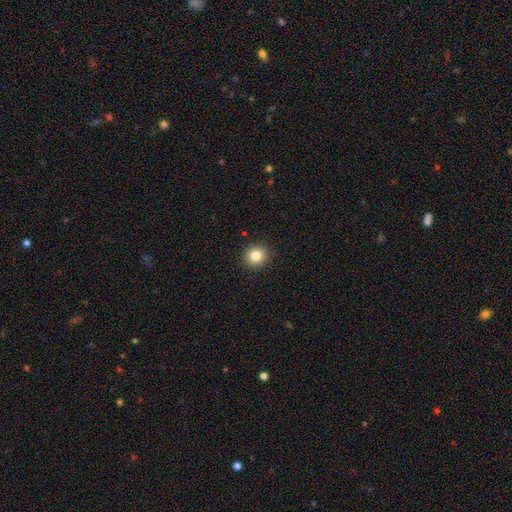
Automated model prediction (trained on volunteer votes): A smooth galaxy with no disk features (84%) that is round (91%).

Vote fractions:
- Smooth or featured? smooth: 84% / star or artifact: 11% / featured or disk: 6%
- How rounded? round: 91% / in between: 8% / cigar-shaped: 1%
- Merging? none: 92% / minor disturbance: 5% / major disturbance: 2% / merger: 1%